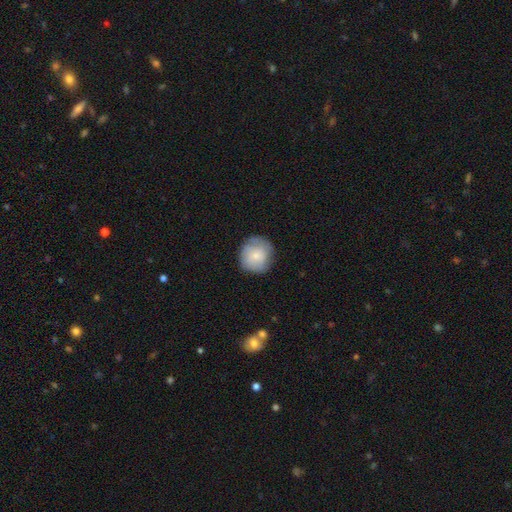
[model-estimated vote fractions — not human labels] smooth 68%, featured or disk 25%, star or artifact 7%. Down the decision tree: how rounded — round (89%); merging — none (73%).